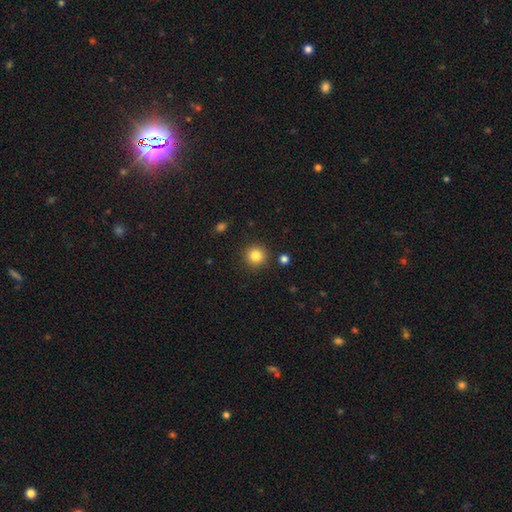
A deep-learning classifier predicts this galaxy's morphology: This appears to be a smooth galaxy with no disk features (84%) that is round (94%). Merging: none (89%).